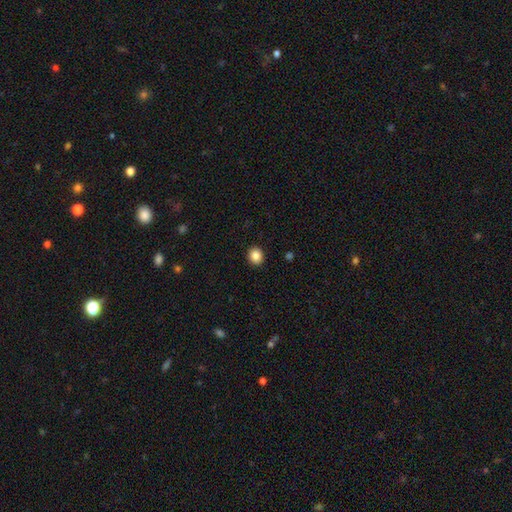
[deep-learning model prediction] Overall: smooth (86%). How rounded: round (78%). Merging: none (92%).